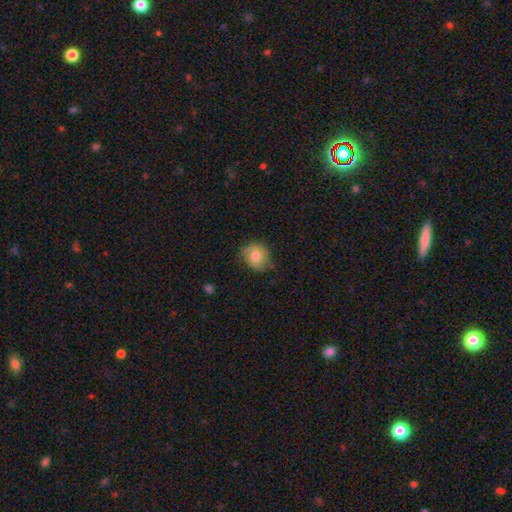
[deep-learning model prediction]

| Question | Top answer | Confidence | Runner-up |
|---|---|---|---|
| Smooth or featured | smooth | 77% | featured or disk (15%) |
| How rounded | round | 81% | in between (18%) |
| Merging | none | 74% | minor disturbance (21%) |